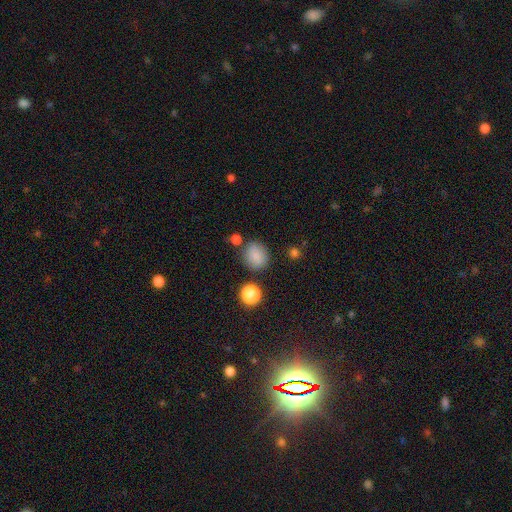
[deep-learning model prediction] Smooth or featured: smooth — 83% (star or artifact — 12%)
How rounded: round — 69% (in between — 30%)
Merging: none — 77% (minor disturbance — 14%)